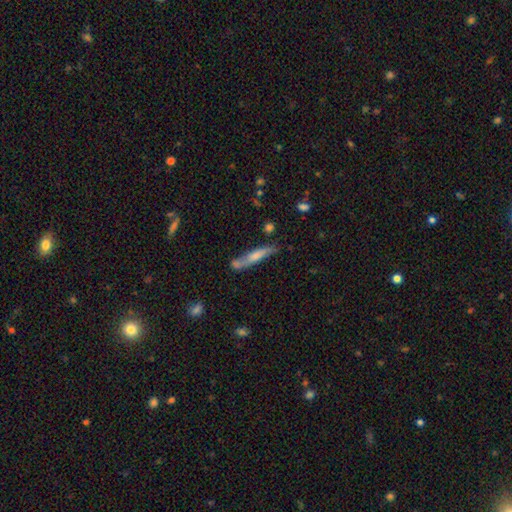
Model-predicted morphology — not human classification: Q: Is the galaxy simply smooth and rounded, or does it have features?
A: smooth — 58%.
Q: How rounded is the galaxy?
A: cigar-shaped — 89%.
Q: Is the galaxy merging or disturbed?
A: none — 59%.